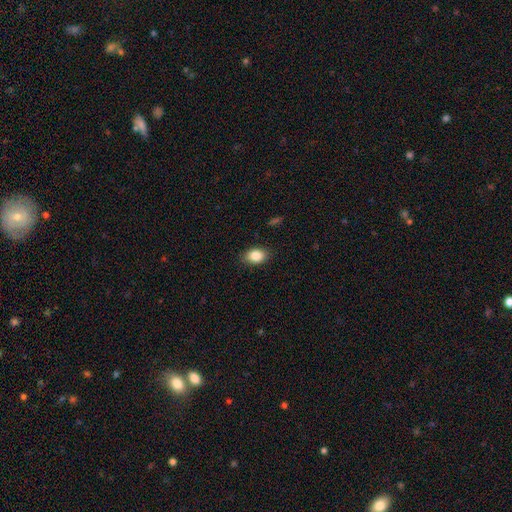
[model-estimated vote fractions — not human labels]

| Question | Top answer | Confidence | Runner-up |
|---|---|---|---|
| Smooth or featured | smooth | 86% | star or artifact (8%) |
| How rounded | in between | 79% | round (20%) |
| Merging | none | 85% | minor disturbance (11%) |